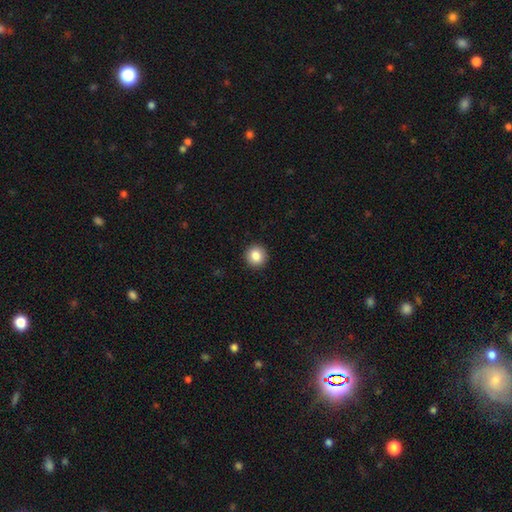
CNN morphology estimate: Q: Smooth or featured?
A: smooth (86%); runner-up: star or artifact (9%)
Q: How rounded?
A: round (94%); runner-up: in between (5%)
Q: Merging?
A: none (93%); runner-up: minor disturbance (5%)